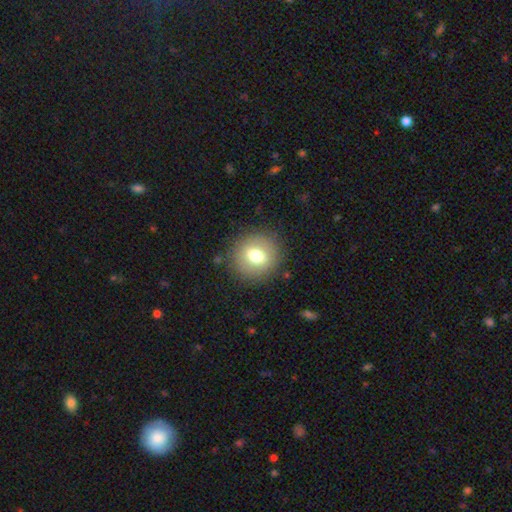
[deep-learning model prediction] smooth 69%, featured or disk 21%, star or artifact 10%. Down the decision tree: how rounded — round (87%); merging — none (86%).